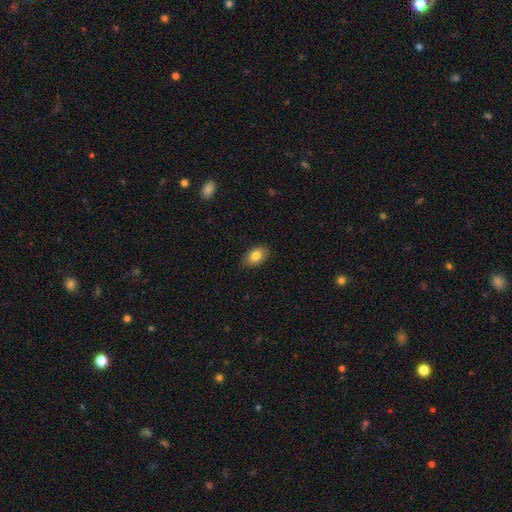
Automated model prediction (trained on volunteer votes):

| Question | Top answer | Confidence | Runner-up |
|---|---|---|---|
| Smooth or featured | smooth | 84% | featured or disk (9%) |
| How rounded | in between | 87% | round (12%) |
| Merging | none | 86% | minor disturbance (11%) |